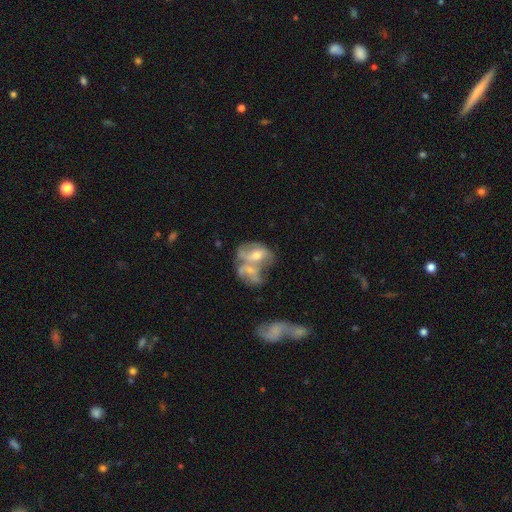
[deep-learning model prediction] This is possibly a featured or disk galaxy (55%). It is clearly not viewed edge-on (95%). Bar: likely no (72%). Spiral arm pattern: likely no (60%). Central bulge: possibly moderate (55%). Merging: possibly merger (54%).